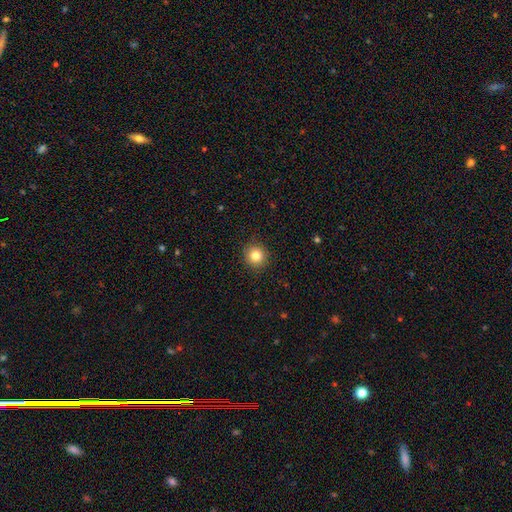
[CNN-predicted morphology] This appears to be a smooth galaxy with no disk features (82%) that is round (94%). Merging: none (90%).